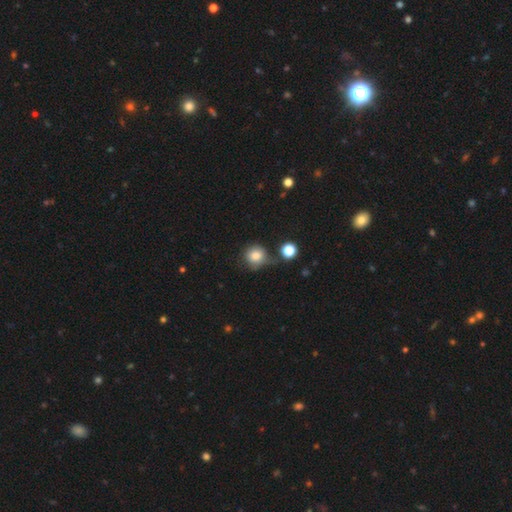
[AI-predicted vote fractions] Smooth or featured? Predicted: smooth (p=0.81). How rounded? Predicted: round (p=0.86). Merging? Predicted: none (p=0.56).